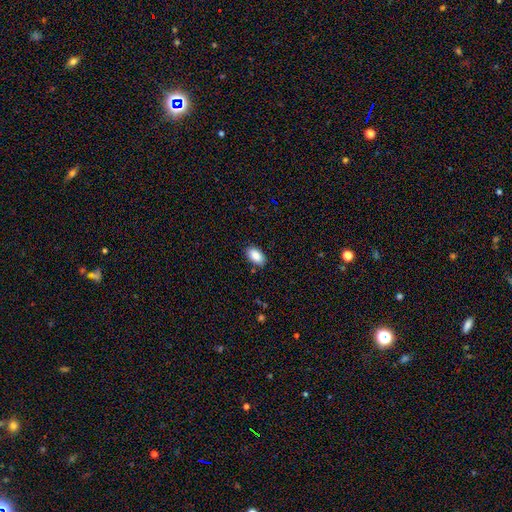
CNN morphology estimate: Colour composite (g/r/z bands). It shows a smooth galaxy with no disk features (89%) that is in between round and cigar-shaped (94%). Merging: none (86%).